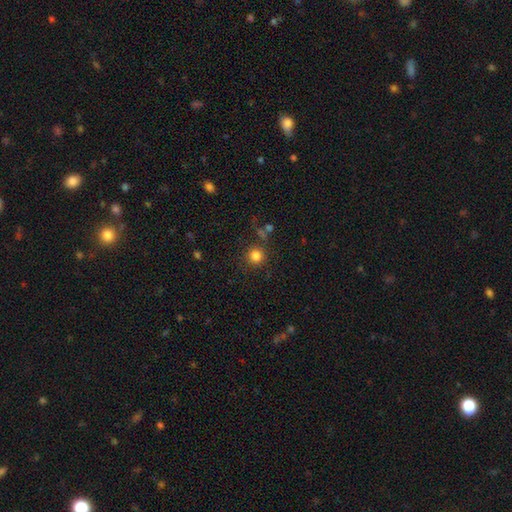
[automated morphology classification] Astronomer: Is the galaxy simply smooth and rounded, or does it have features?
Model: smooth — 82%.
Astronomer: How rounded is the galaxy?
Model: round — 93%.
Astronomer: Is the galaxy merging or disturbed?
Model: none — 83%.